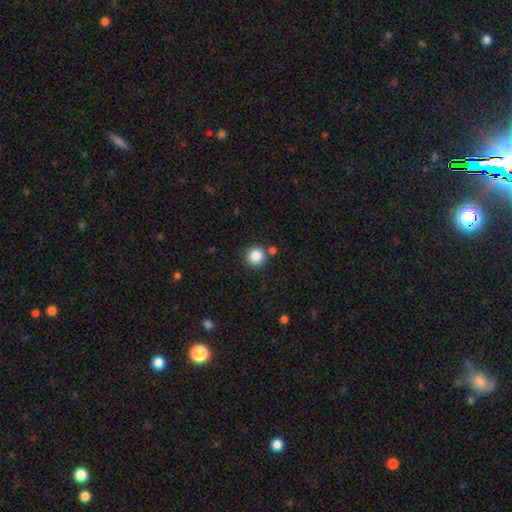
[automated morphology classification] type=smooth (86%); roundness=round (94%); merging=none (82%).